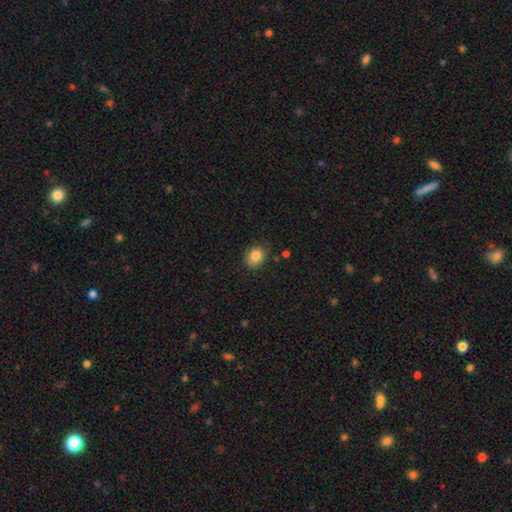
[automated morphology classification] A smooth galaxy with no disk features (84%) that is round (53%). Merging: none (78%).